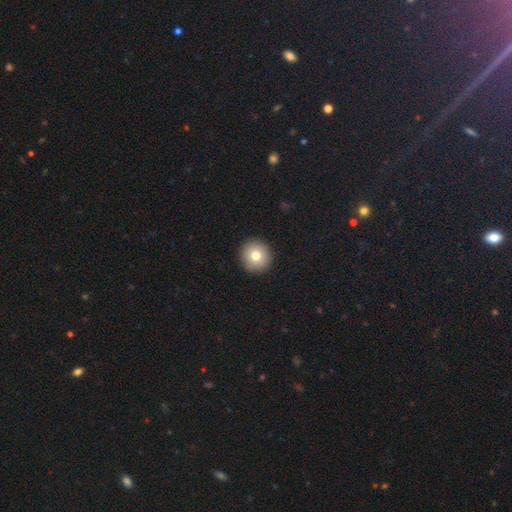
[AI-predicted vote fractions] The model was most divided on "smooth or featured": smooth: 79%, featured or disk: 12%, star or artifact: 10%. More confident: how rounded — round (96%); merging — none (93%).